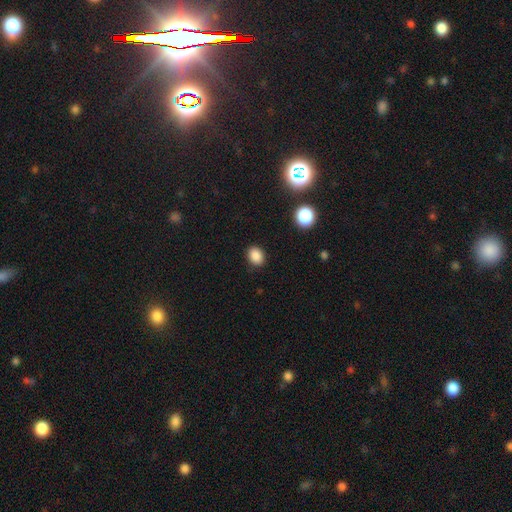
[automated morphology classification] Overall: smooth (86%). How rounded: in between (55%; round 44%). Merging: none (89%).